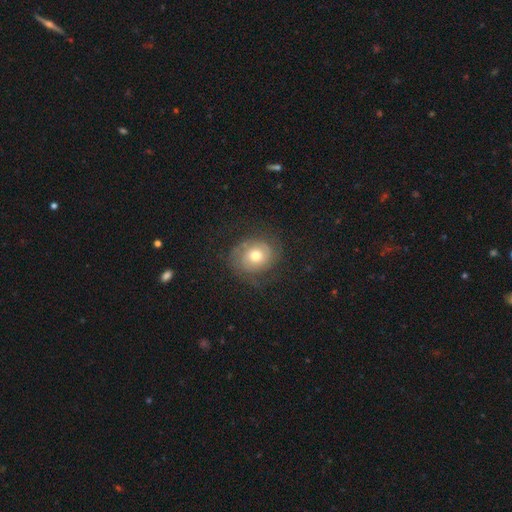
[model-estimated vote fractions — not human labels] smooth-or-featured: featured or disk: 65% | smooth: 27% | star or artifact: 8%
  disk-edge-on: no: 97% | yes: 3%
    bar: no: 80% | weak: 16% | strong: 3%
    has-spiral-arms: yes: 87% | no: 13%
      spiral-winding: tight: 59% | medium: 29% | loose: 12%
      spiral-arm-count: 2: 53% | can't tell: 24% | 1: 9% | 3: 9% | 4: 3% | more than 4: 3%
    bulge-size: moderate: 72% | small: 15% | large: 10% | dominant: 1% | none: 1%
  merging: none: 70% | minor disturbance: 17% | major disturbance: 12% | merger: 1%